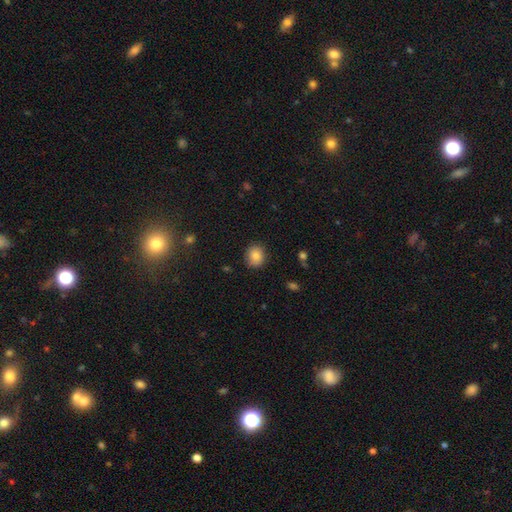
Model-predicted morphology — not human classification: Smooth or featured? Predicted: smooth (p=0.85). How rounded? Predicted: round (p=0.79). Merging? Predicted: none (p=0.86).